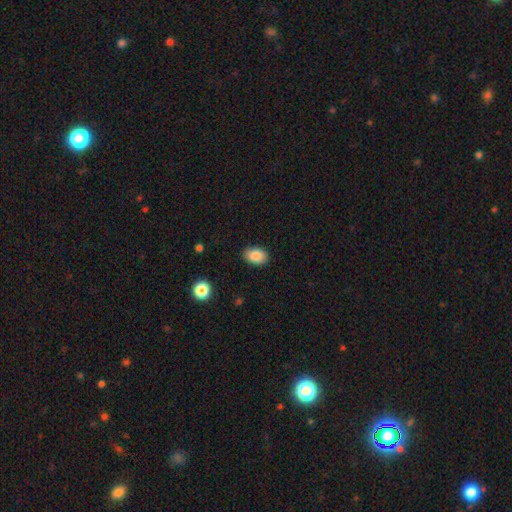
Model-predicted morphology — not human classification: Overall: smooth (87%). How rounded: in between (83%). Merging: none (87%).